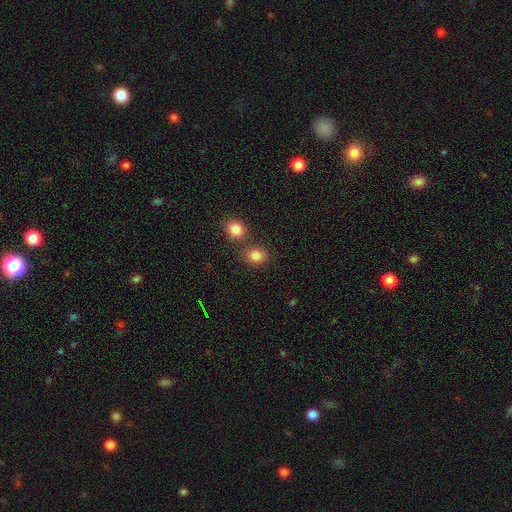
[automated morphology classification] type=smooth (83%); roundness=round (63%); merging=none (67%).